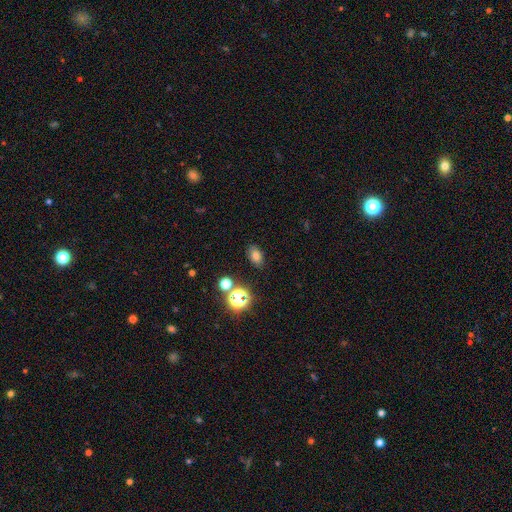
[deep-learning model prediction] A smooth galaxy with no disk features (74%) that is in between round and cigar-shaped (80%).

Vote fractions:
- Smooth or featured? smooth: 74% / star or artifact: 18% / featured or disk: 8%
- How rounded? in between: 80% / round: 18% / cigar-shaped: 2%
- Merging? none: 84% / minor disturbance: 10% / merger: 3% / major disturbance: 3%